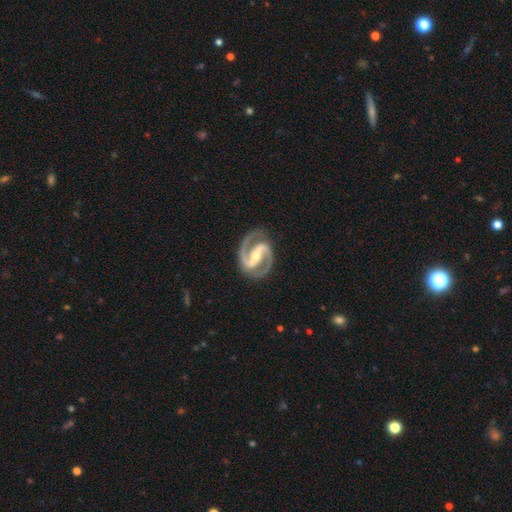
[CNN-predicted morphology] Smooth or featured: featured or disk — 94% (star or artifact — 3%)
Edge-on disk: no — 98% (yes — 2%)
Bar: strong — 66% (weak — 24%)
Spiral arms: yes — 98% (no — 2%)
Spiral winding: medium — 60% (tight — 30%)
Spiral arm count: 2 — 95% (can't tell — 1%)
Bulge size: moderate — 55% (small — 39%)
Merging: none — 86% (minor disturbance — 10%)